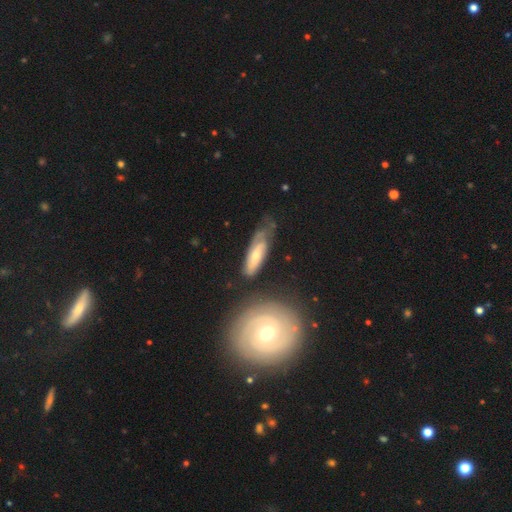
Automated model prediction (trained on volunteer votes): Q: Smooth or featured?
A: featured or disk (53%); runner-up: smooth (41%)
Q: Edge-on disk?
A: no (73%); runner-up: yes (27%)
Q: Merging?
A: none (51%); runner-up: minor disturbance (29%)